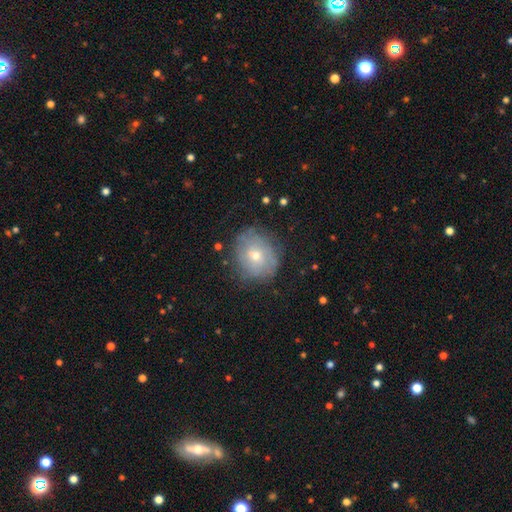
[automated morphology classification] This is possibly a smooth galaxy (48%). Merging: likely none (73%).